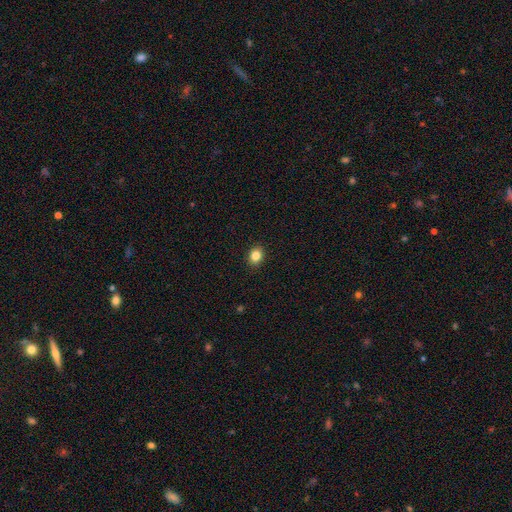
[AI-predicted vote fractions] Smooth or featured: smooth — 85% (star or artifact — 10%)
How rounded: round — 54% (in between — 45%)
Merging: none — 91% (minor disturbance — 6%)